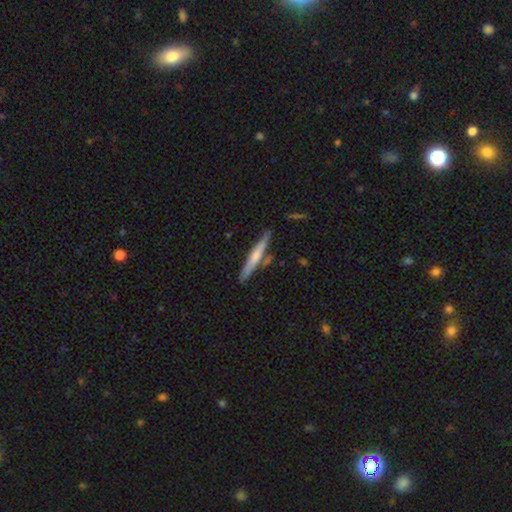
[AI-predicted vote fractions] This appears to be a smooth galaxy with no disk features (49%). Merging: none (80%).